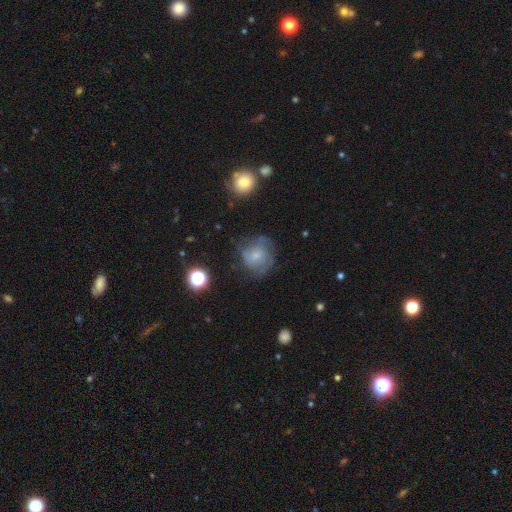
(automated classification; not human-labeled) Morphology: type=smooth (47%); merging=none (51%).